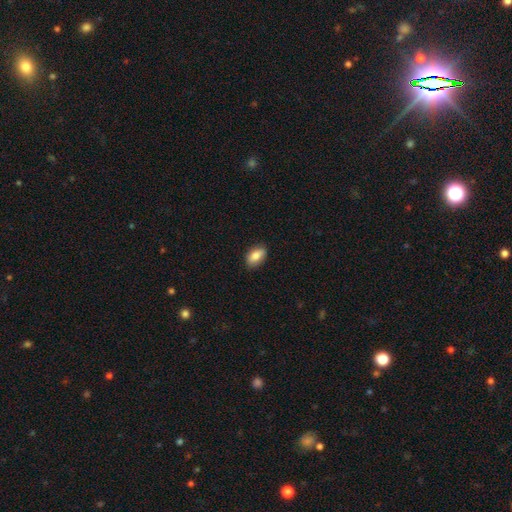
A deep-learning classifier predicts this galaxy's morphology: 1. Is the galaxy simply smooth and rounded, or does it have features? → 83% smooth, 10% featured or disk, 7% star or artifact.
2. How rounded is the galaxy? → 91% in between, 6% round, 3% cigar-shaped.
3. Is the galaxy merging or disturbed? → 84% none, 13% minor disturbance, 2% major disturbance, 1% merger.